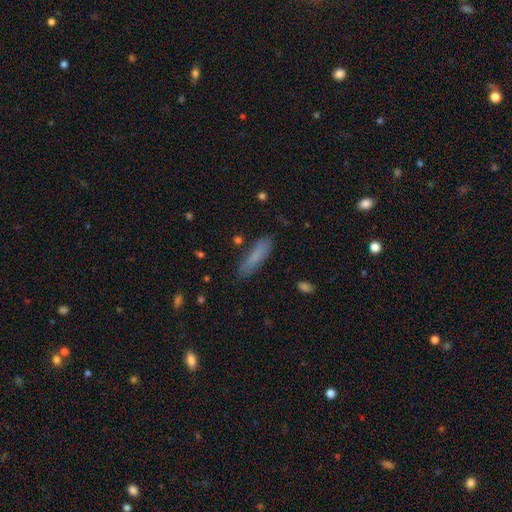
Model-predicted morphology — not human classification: A smooth galaxy with no disk features (77%) that is cigar-shaped (70%).

Vote fractions:
- Smooth or featured? smooth: 77% / featured or disk: 15% / star or artifact: 8%
- How rounded? cigar-shaped: 70% / in between: 28% / round: 2%
- Merging? none: 77% / minor disturbance: 16% / major disturbance: 4% / merger: 3%